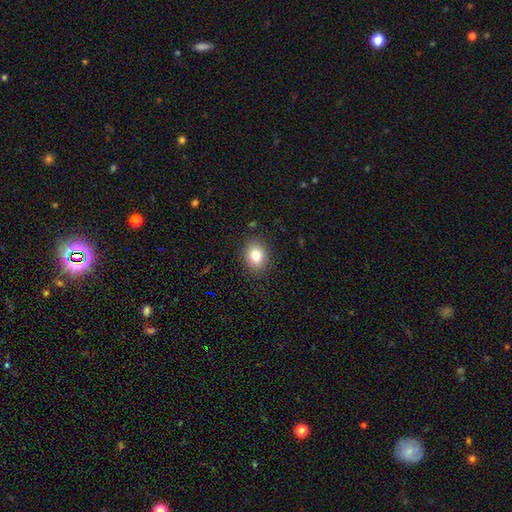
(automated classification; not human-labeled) Overall: smooth (81%). How rounded: in between (52%; round 47%). Merging: none (87%).